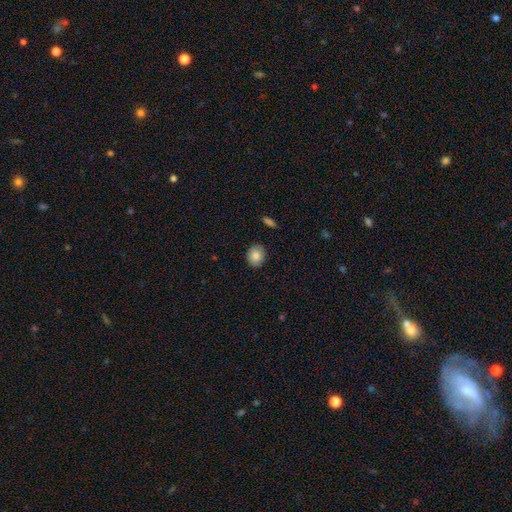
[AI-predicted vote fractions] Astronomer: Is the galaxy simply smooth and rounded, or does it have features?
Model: smooth — 84%.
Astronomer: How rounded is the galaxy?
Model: round — 54% (runner-up: in between, 45%).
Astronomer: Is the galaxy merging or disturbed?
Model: none — 86%.